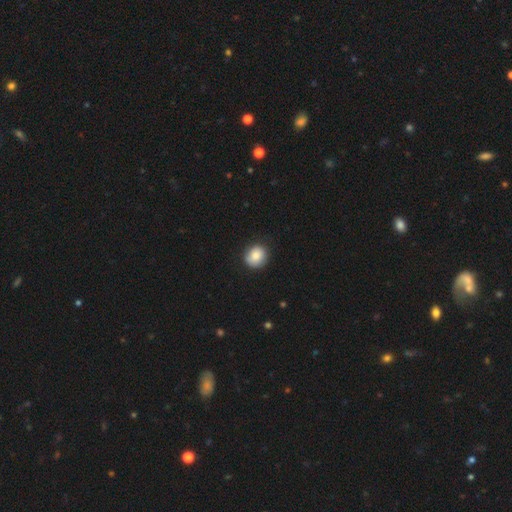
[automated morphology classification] type=smooth (84%); roundness=round (81%); merging=none (85%).